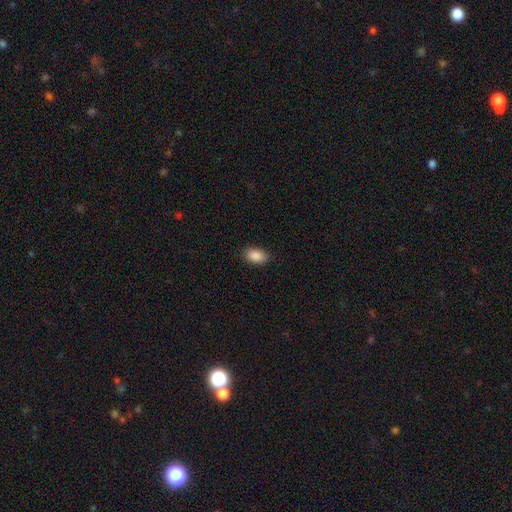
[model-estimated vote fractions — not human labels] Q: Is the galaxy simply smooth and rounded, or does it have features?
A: smooth — 89%.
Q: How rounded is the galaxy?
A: in between — 91%.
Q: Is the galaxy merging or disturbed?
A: none — 87%.